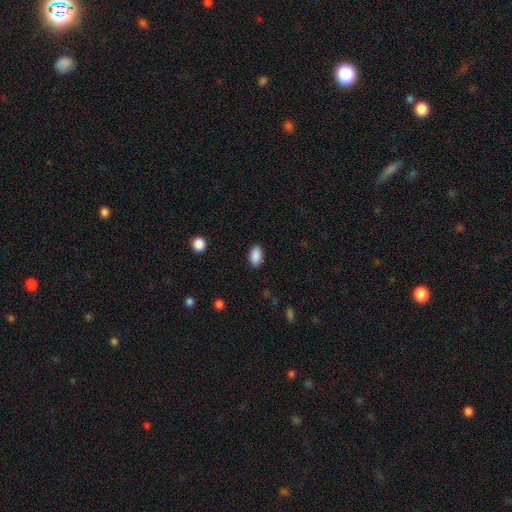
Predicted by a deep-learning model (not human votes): smooth_or_featured: smooth (p=0.90) [alt: star or artifact p=0.07]
how_rounded: in between (p=0.92) [alt: round p=0.07]
merging: none (p=0.88) [alt: minor disturbance p=0.08]